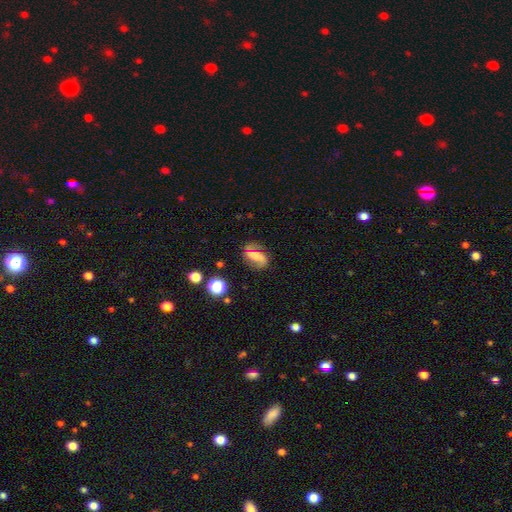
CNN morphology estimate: type=featured or disk (56%); edge-on=no (94%); bar=strong (40%); spiral arms=yes (83%); bulge=small (30%); merging=none (68%).